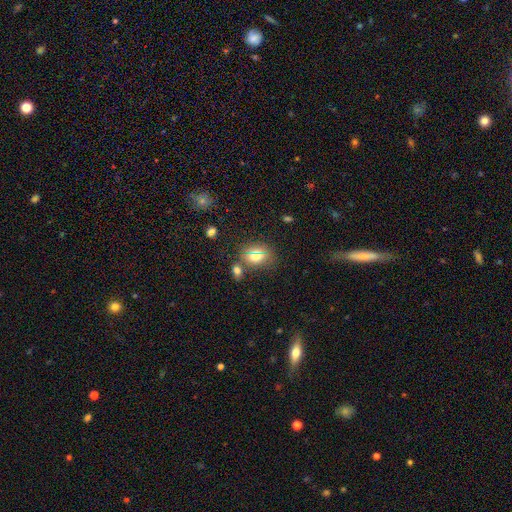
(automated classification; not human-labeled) Smooth or featured: smooth — 66% (star or artifact — 19%)
How rounded: in between — 60% (round — 38%)
Merging: none — 67% (minor disturbance — 14%)